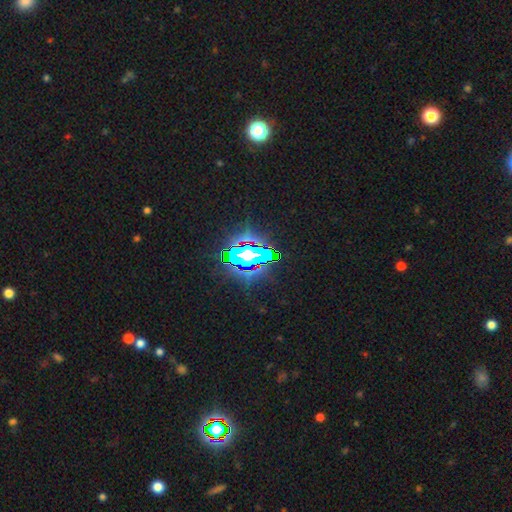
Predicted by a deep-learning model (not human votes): Smooth or featured: star or artifact — 72% (smooth — 15%)